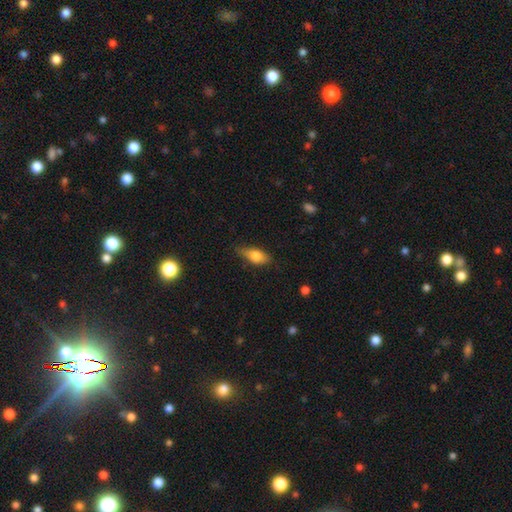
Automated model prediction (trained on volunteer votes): A smooth galaxy with no disk features (74%) that is in between round and cigar-shaped (78%). Merging: none (65%).